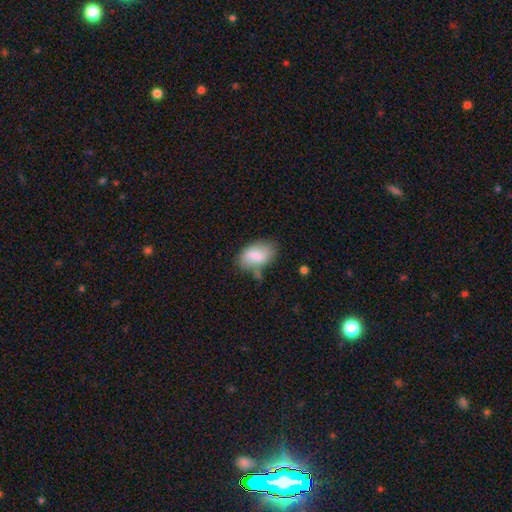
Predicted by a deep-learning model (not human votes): Smooth or featured? Predicted: smooth (p=0.77). How rounded? Predicted: in between (p=0.91). Merging? Predicted: none (p=0.52).